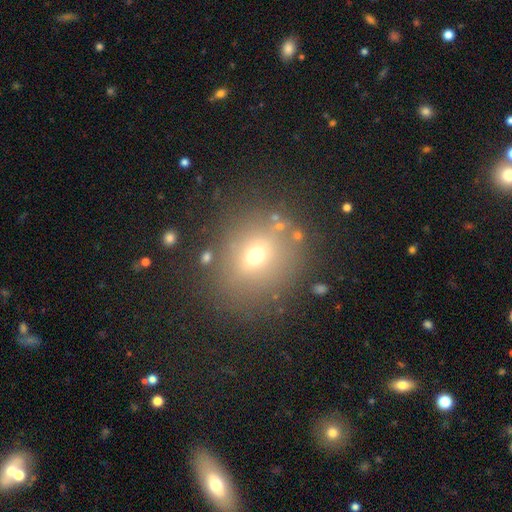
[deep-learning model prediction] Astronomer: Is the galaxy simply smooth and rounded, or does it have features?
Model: smooth — 63%.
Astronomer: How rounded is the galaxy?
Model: round — 75%.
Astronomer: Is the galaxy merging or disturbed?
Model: none — 79%.